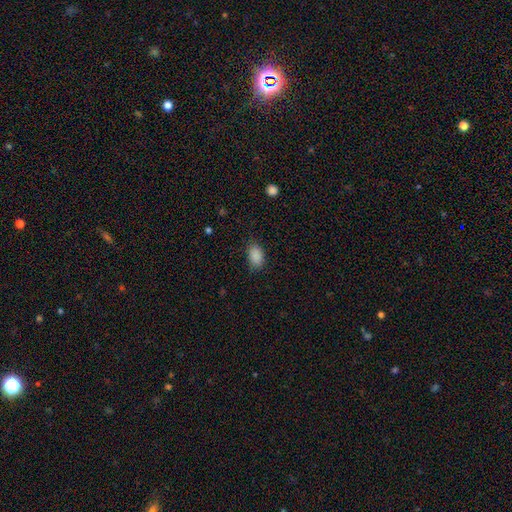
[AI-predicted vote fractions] A smooth galaxy with no disk features (88%) that is in between round and cigar-shaped (88%). Merging: none (76%).